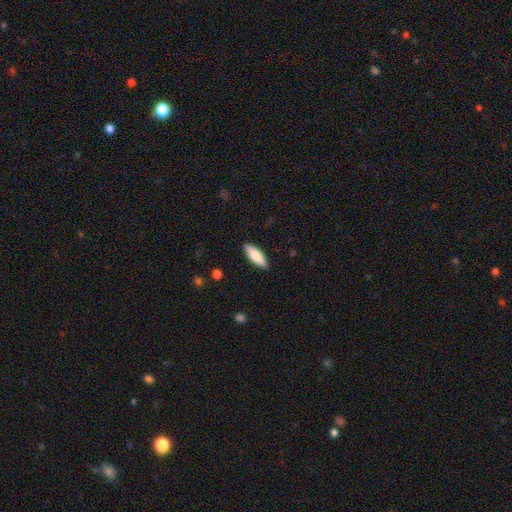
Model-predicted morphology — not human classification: Smooth or featured: smooth — 77% (featured or disk — 18%)
How rounded: in between — 61% (cigar-shaped — 38%)
Merging: none — 89% (minor disturbance — 8%)